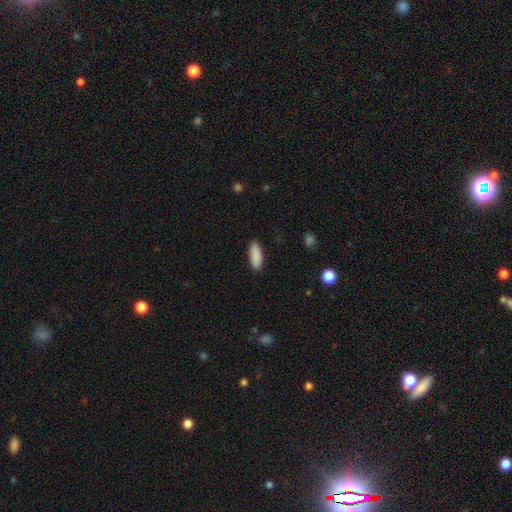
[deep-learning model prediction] smooth 90%, star or artifact 6%, featured or disk 4%. Down the decision tree: how rounded — in between (63%); merging — none (89%).